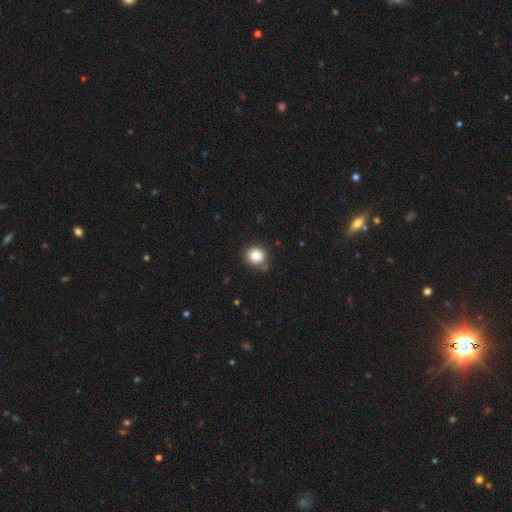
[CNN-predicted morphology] smooth_or_featured: smooth (p=0.84) [alt: star or artifact p=0.11]
how_rounded: round (p=0.86) [alt: in between p=0.13]
merging: none (p=0.74) [alt: minor disturbance p=0.19]